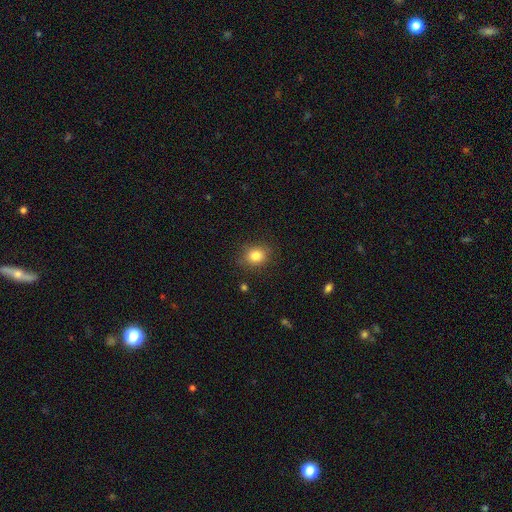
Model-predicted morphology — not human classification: This is clearly a smooth galaxy (83%). How rounded: likely round (61%). Merging: clearly none (83%).